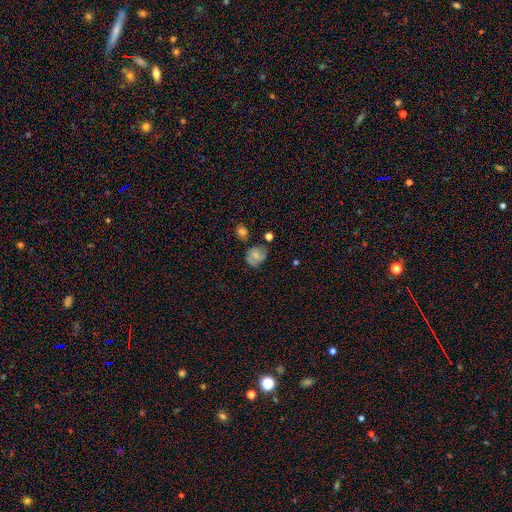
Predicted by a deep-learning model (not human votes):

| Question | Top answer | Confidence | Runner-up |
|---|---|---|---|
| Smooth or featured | smooth | 51% | featured or disk (39%) |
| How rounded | round | 64% | in between (35%) |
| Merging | none | 58% | minor disturbance (26%) |